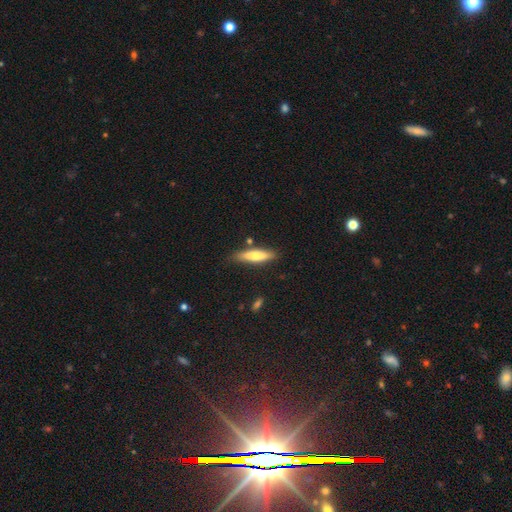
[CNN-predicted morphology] smooth_or_featured: smooth (p=0.67) [alt: featured or disk p=0.27]
how_rounded: cigar-shaped (p=0.73) [alt: in between p=0.25]
merging: none (p=0.80) [alt: minor disturbance p=0.13]